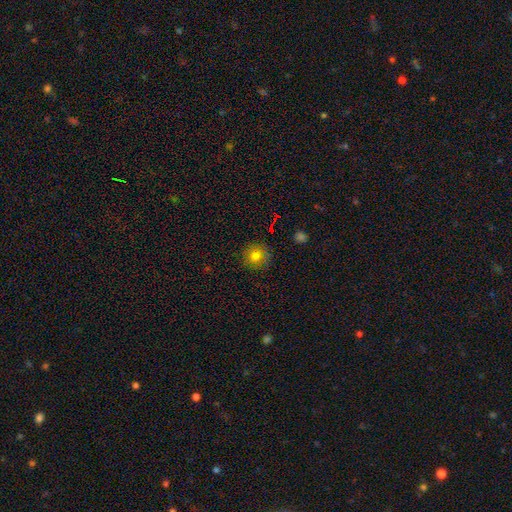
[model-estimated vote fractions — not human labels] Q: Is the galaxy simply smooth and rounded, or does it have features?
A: smooth — 79%.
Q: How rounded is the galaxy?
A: round — 90%.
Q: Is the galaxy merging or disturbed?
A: none — 84%.